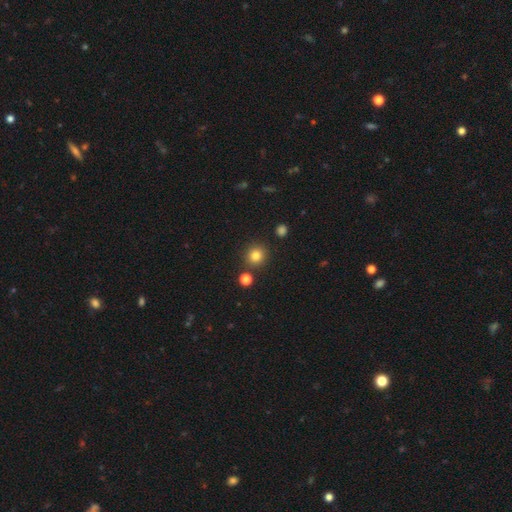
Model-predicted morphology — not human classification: The model was most divided on "smooth or featured": smooth: 82%, star or artifact: 13%, featured or disk: 6%. More confident: how rounded — round (90%); merging — none (85%).